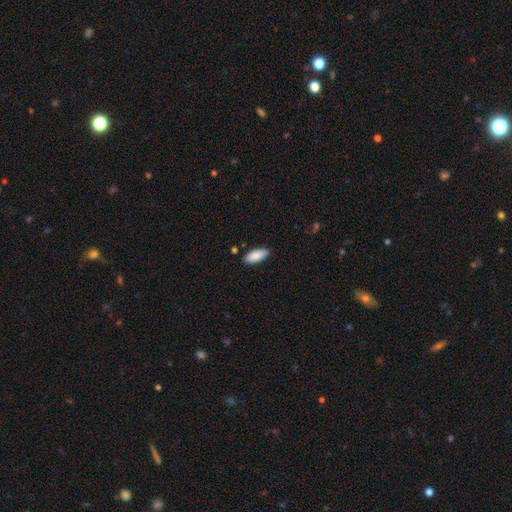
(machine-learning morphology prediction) smooth 89%, star or artifact 6%, featured or disk 6%. Down the decision tree: how rounded — in between (86%); merging — none (86%).